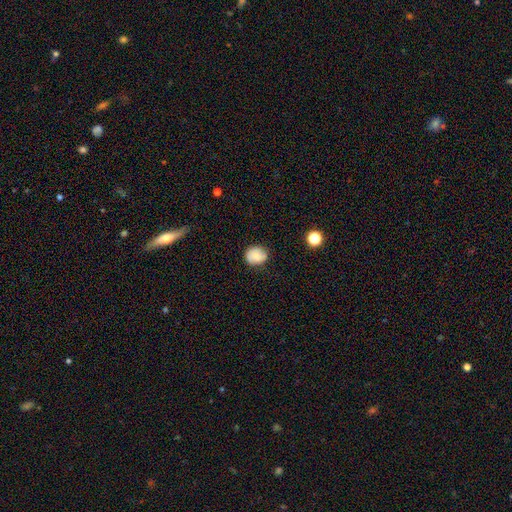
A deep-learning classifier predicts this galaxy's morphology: Smooth or featured? Predicted: smooth (p=0.69). How rounded? Predicted: round (p=0.66). Merging? Predicted: none (p=0.77).